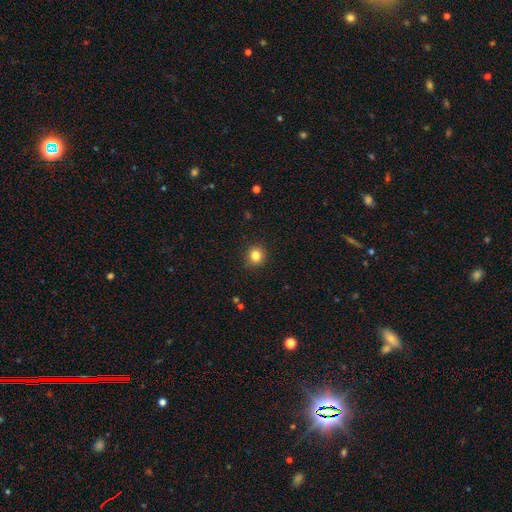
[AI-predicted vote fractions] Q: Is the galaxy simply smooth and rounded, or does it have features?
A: smooth — 83%.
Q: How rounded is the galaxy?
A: round — 90%.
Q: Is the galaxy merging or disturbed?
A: none — 91%.